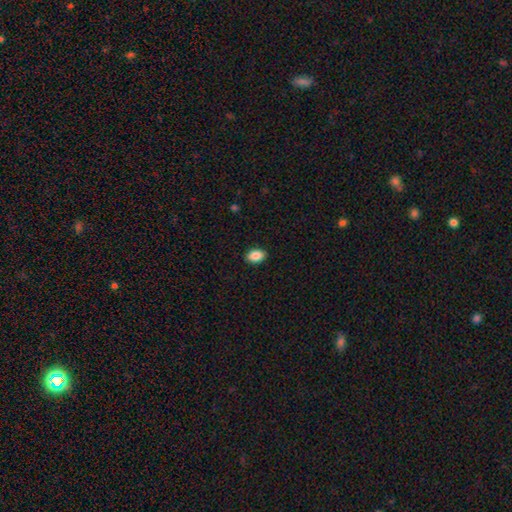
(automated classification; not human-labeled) A smooth galaxy with no disk features (88%) that is in between round and cigar-shaped (86%). Merging: none (90%).